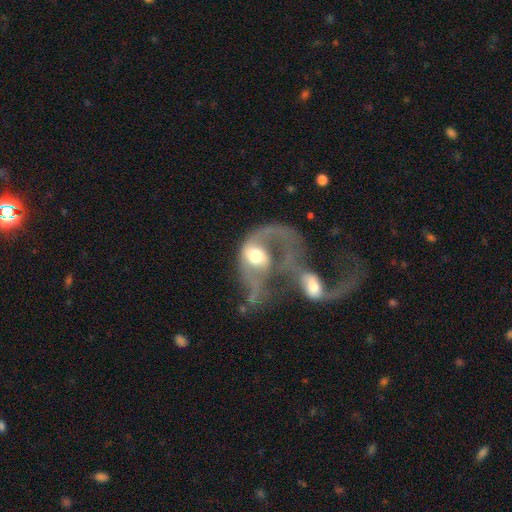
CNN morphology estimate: featured or disk 64%, smooth 28%, star or artifact 8%. Down the decision tree: edge-on disk — no (95%); bar — no (67%); spiral arms — yes (64%); bulge size — moderate (55%); merging — merger (57%).